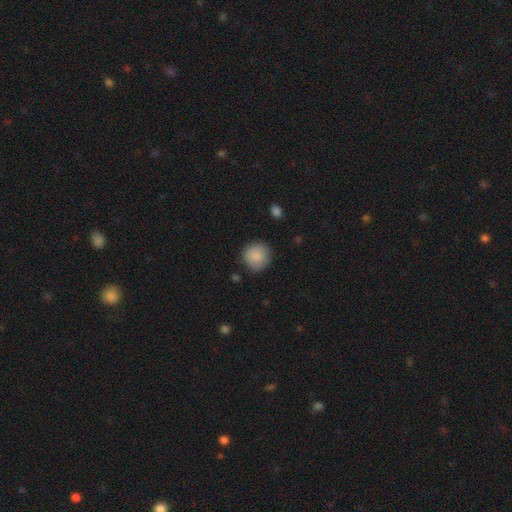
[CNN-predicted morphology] type=smooth (87%); roundness=round (93%); merging=none (84%).